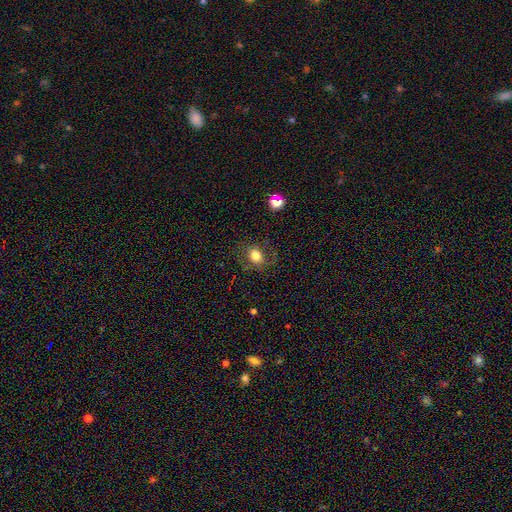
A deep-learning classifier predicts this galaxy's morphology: Q: Smooth or featured?
A: smooth (72%); runner-up: featured or disk (17%)
Q: How rounded?
A: in between (52%); runner-up: round (47%)
Q: Merging?
A: none (73%); runner-up: minor disturbance (16%)